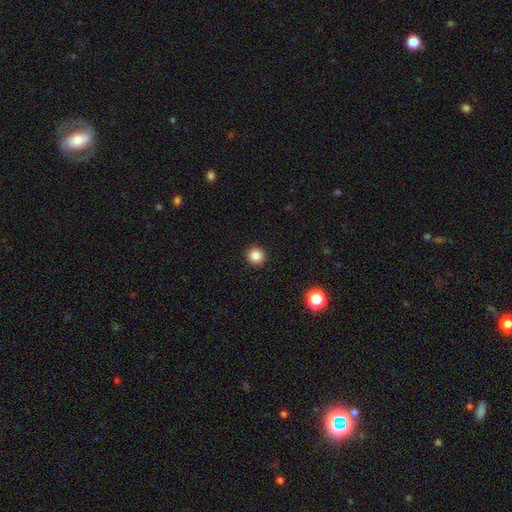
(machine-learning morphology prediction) Smooth or featured?
  - smooth: 85% *
  - star or artifact: 11%
  - featured or disk: 4%
How rounded?
  - round: 96% *
  - in between: 3%
  - cigar-shaped: 1%
Merging?
  - none: 94% *
  - minor disturbance: 4%
  - major disturbance: 2%
  - merger: 1%